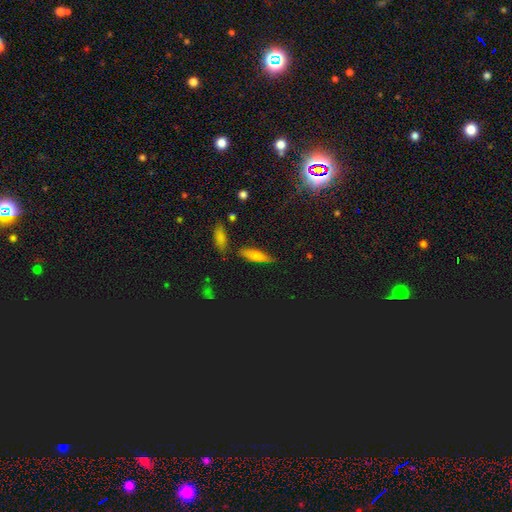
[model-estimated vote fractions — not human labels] Overall: smooth (71%). How rounded: cigar-shaped (54%; in between 42%). Merging: none (74%).